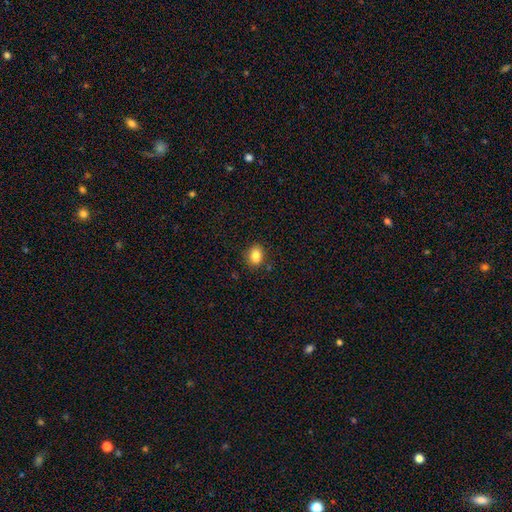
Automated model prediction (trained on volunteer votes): The model was most divided on "how rounded": in between: 65%, round: 34%, cigar-shaped: 1%. More confident: smooth or featured — smooth (83%); merging — none (79%).